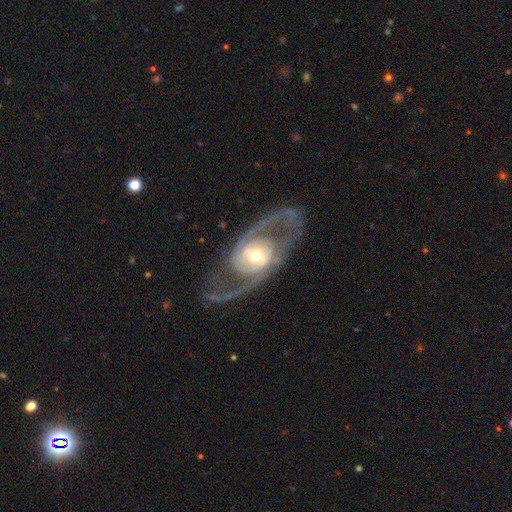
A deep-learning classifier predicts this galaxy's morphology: smooth-or-featured: featured or disk: 88% | smooth: 8% | star or artifact: 4%
  disk-edge-on: no: 94% | yes: 6%
    bar: no: 52% | weak: 32% | strong: 16%
    has-spiral-arms: yes: 89% | no: 11%
      spiral-winding: medium: 47% | loose: 31% | tight: 22%
      spiral-arm-count: 2: 87% | can't tell: 5% | 1: 3% | 3: 2% | 4: 1% | more than 4: 1%
    bulge-size: moderate: 69% | small: 17% | large: 11% | dominant: 1% | none: 1%
  merging: none: 67% | major disturbance: 17% | minor disturbance: 14% | merger: 2%